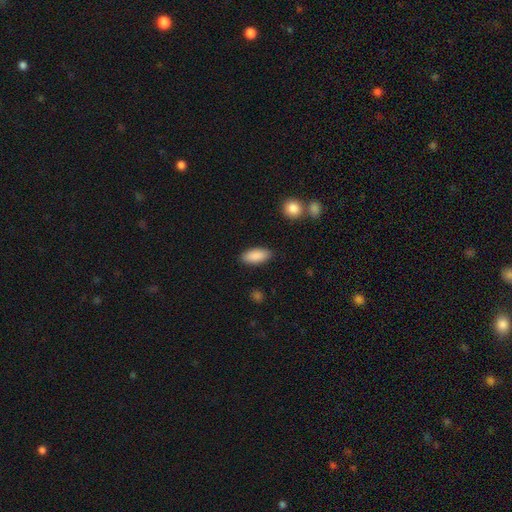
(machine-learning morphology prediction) A smooth galaxy with no disk features (90%) that is in between round and cigar-shaped (89%).

Vote fractions:
- Smooth or featured? smooth: 90% / star or artifact: 6% / featured or disk: 4%
- How rounded? in between: 89% / cigar-shaped: 9% / round: 2%
- Merging? none: 87% / minor disturbance: 9% / major disturbance: 2% / merger: 1%